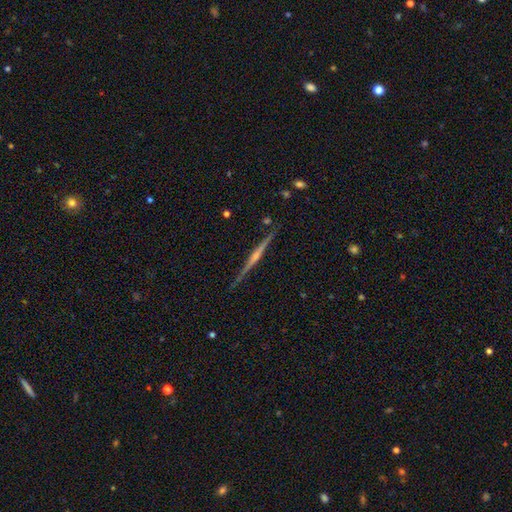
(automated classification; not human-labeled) A featured or disk galaxy (84%) viewed edge-on (99%) with a rounded central bulge (78%).

Vote fractions:
- Smooth or featured? featured or disk: 84% / smooth: 10% / star or artifact: 6%
- Edge-on disk? yes: 99% / no: 1%
- Edge-on bulge? rounded: 78% / none: 14% / boxy: 8%
- Merging? none: 90% / minor disturbance: 7% / major disturbance: 1% / merger: 1%